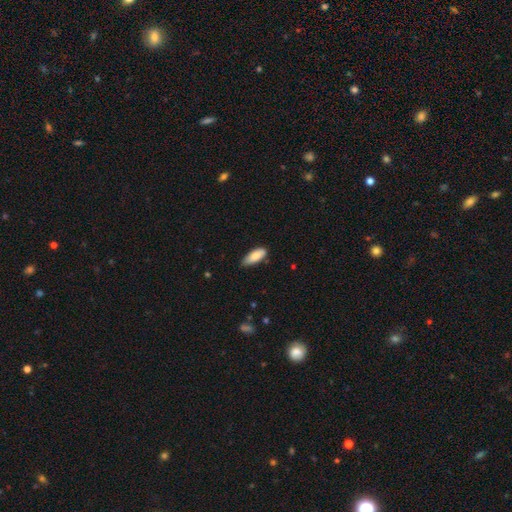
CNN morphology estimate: smooth 84%, featured or disk 10%, star or artifact 6%. Down the decision tree: how rounded — in between (75%); merging — none (67%).